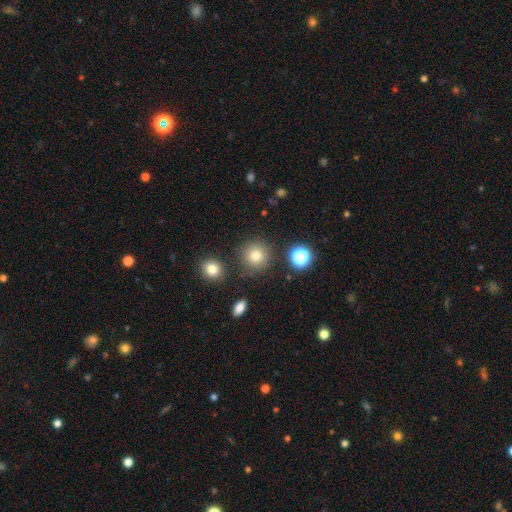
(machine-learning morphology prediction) smooth_or_featured: smooth (p=0.79) [alt: star or artifact p=0.14]
how_rounded: round (p=0.93) [alt: in between p=0.06]
merging: none (p=0.85) [alt: minor disturbance p=0.08]